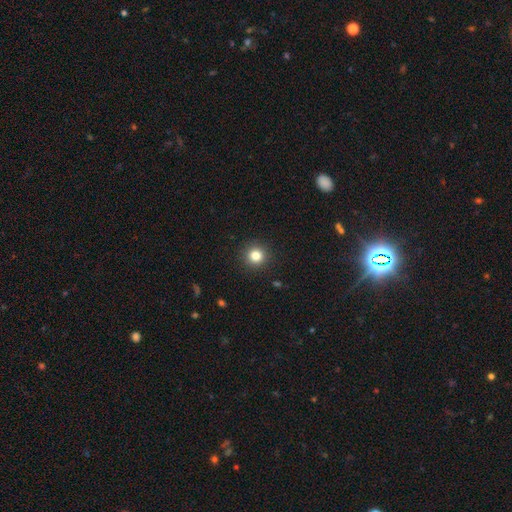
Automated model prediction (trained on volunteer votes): This is clearly a smooth galaxy (82%). How rounded: clearly round (94%). Merging: clearly none (92%).